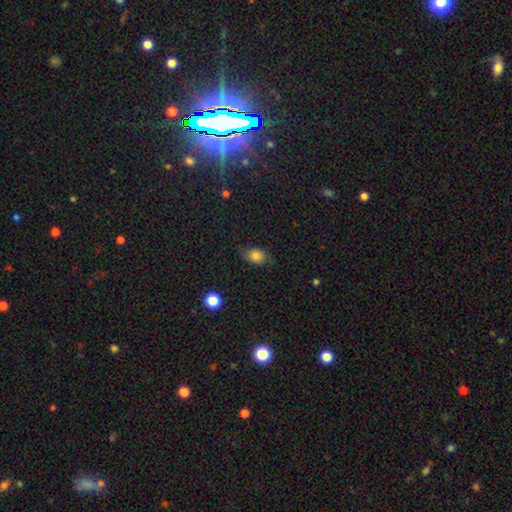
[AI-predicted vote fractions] Smooth or featured? Predicted: smooth (p=0.79). How rounded? Predicted: in between (p=0.62). Merging? Predicted: none (p=0.71).